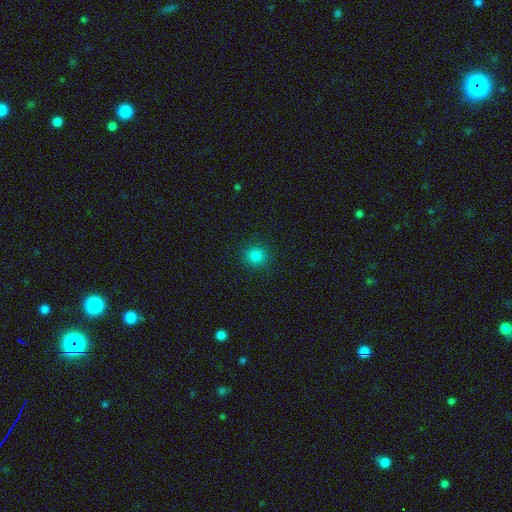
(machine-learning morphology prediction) Overall: smooth (84%). How rounded: round (91%). Merging: none (90%).